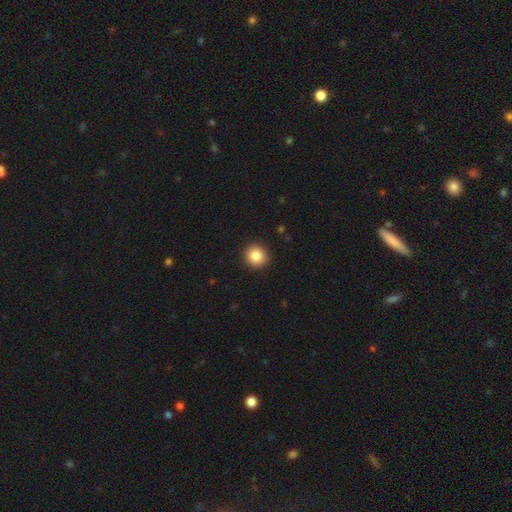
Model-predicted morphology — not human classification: Q: Smooth or featured?
A: smooth (85%); runner-up: star or artifact (9%)
Q: How rounded?
A: round (89%); runner-up: in between (10%)
Q: Merging?
A: none (92%); runner-up: minor disturbance (6%)